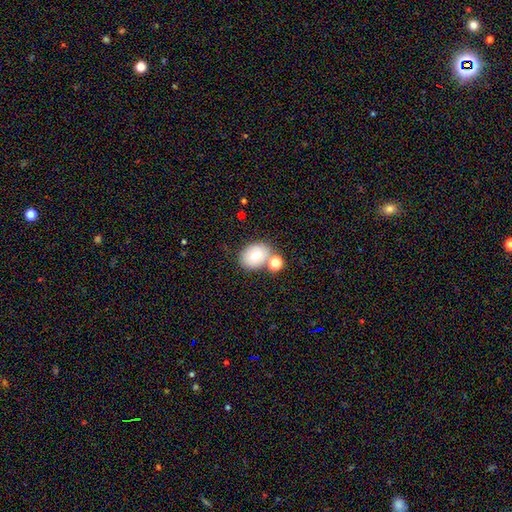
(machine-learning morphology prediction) Smooth or featured? smooth (71%)
How rounded? in between (60%)
Merging? none (64%)